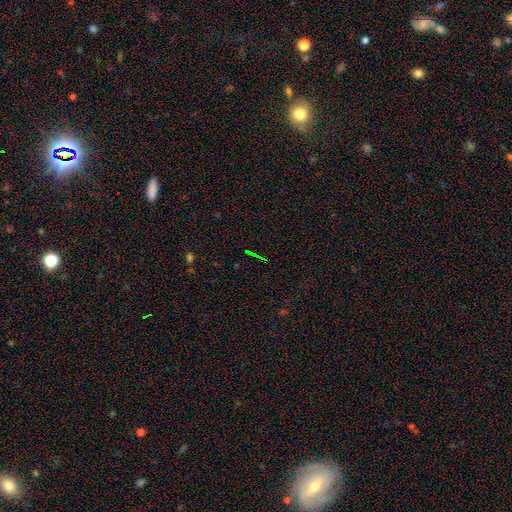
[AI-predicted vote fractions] smooth-or-featured: star or artifact: 72% | smooth: 14% | featured or disk: 14%